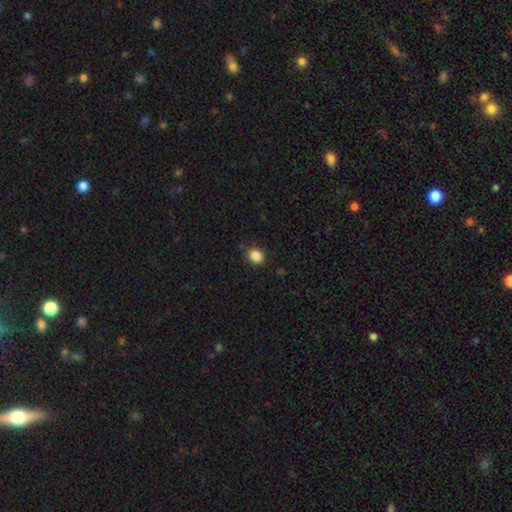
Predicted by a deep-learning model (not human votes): Smooth or featured? Predicted: smooth (p=0.87). How rounded? Predicted: in between (p=0.55). Merging? Predicted: none (p=0.84).